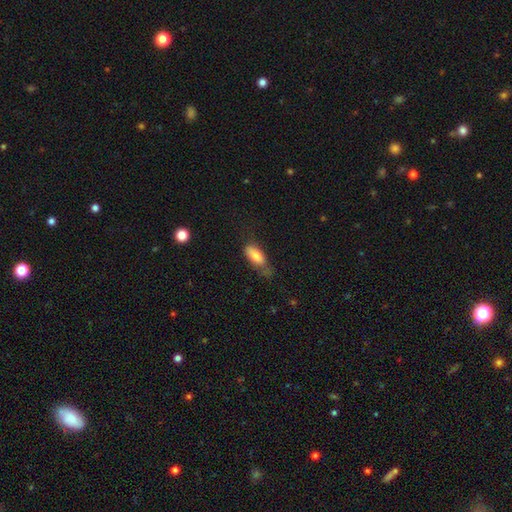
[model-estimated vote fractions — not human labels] This is likely a smooth galaxy (79%). How rounded: likely in between (80%). Merging: possibly none (46%).